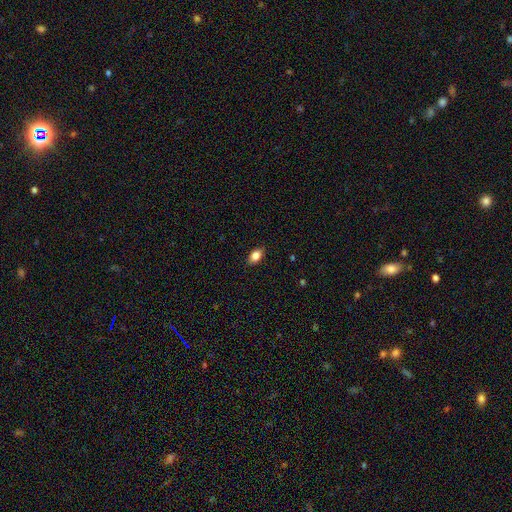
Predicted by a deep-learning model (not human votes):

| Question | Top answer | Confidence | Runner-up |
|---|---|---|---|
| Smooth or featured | smooth | 85% | star or artifact (8%) |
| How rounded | in between | 86% | round (11%) |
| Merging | none | 86% | minor disturbance (10%) |